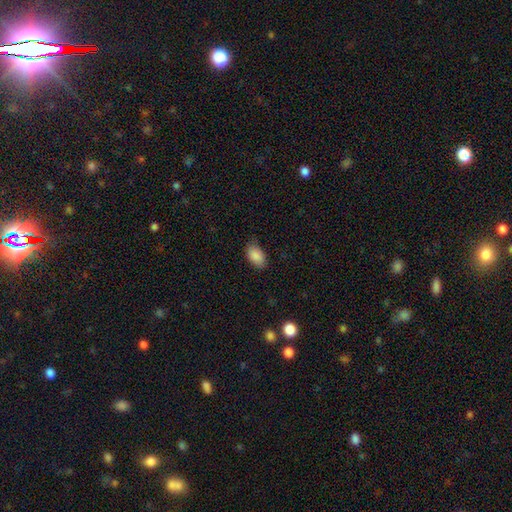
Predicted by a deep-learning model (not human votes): The model was most divided on "merging": none: 78%, minor disturbance: 18%, major disturbance: 3%, merger: 1%. More confident: how rounded — in between (93%); smooth or featured — smooth (89%).